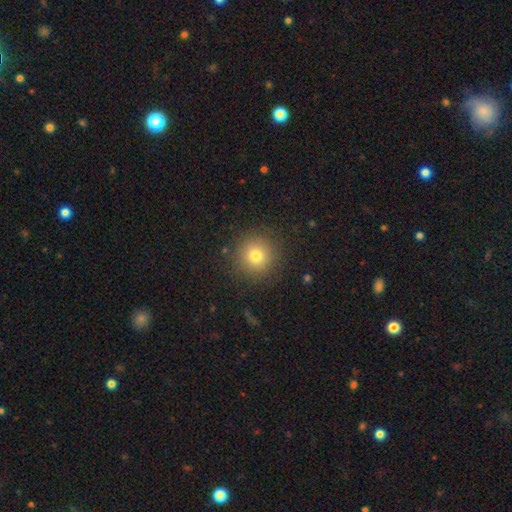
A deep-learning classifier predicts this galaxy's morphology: Smooth or featured? Predicted: smooth (p=0.77). How rounded? Predicted: round (p=0.94). Merging? Predicted: none (p=0.88).